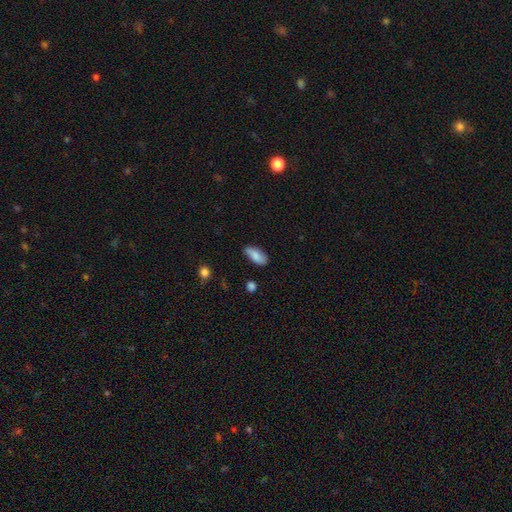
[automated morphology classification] A smooth galaxy with no disk features (80%) that is in between round and cigar-shaped (86%).

Vote fractions:
- Smooth or featured? smooth: 80% / featured or disk: 13% / star or artifact: 7%
- How rounded? in between: 86% / cigar-shaped: 11% / round: 3%
- Merging? none: 75% / minor disturbance: 20% / major disturbance: 3% / merger: 2%